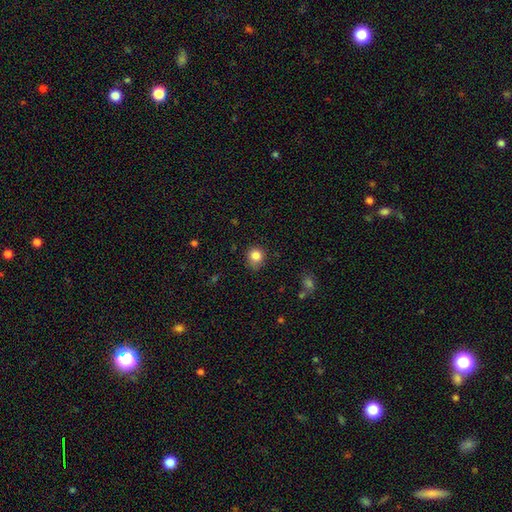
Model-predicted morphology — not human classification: This appears to be a smooth galaxy with no disk features (85%) that is round (84%). Merging: none (71%).